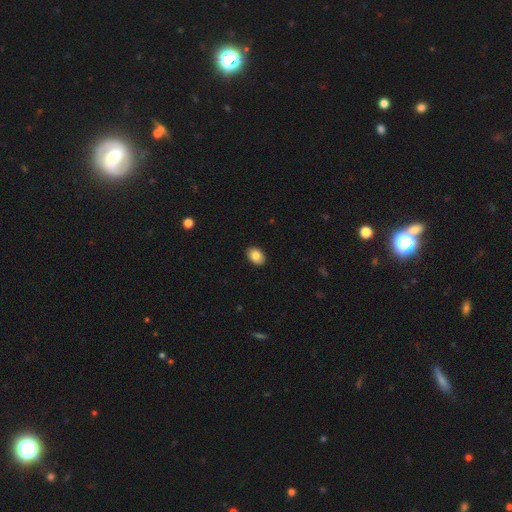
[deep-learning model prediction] smooth_or_featured: smooth (p=0.84) [alt: featured or disk p=0.08]
how_rounded: in between (p=0.77) [alt: round p=0.22]
merging: none (p=0.90) [alt: minor disturbance p=0.07]